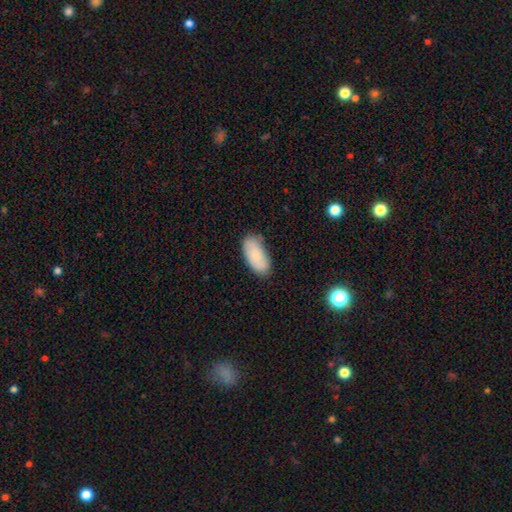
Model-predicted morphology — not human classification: A smooth galaxy with no disk features (82%) that is in between round and cigar-shaped (92%). Merging: none (77%).